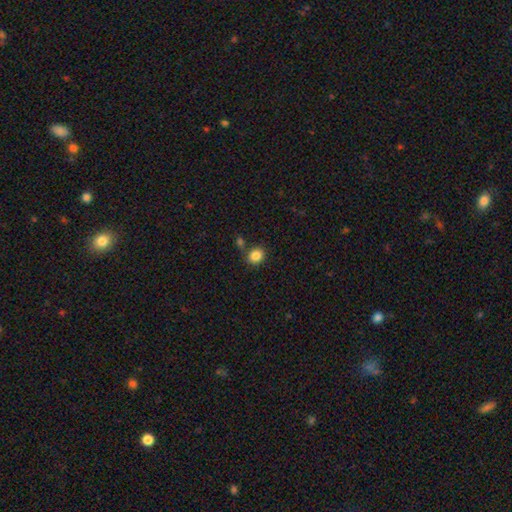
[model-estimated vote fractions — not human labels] Smooth or featured? Predicted: smooth (p=0.85). How rounded? Predicted: round (p=0.64). Merging? Predicted: none (p=0.75).